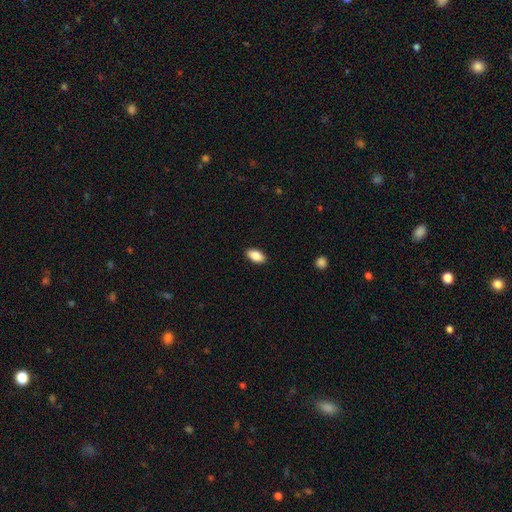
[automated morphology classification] A smooth galaxy with no disk features (87%) that is in between round and cigar-shaped (92%).

Vote fractions:
- Smooth or featured? smooth: 87% / star or artifact: 7% / featured or disk: 6%
- How rounded? in between: 92% / cigar-shaped: 5% / round: 3%
- Merging? none: 89% / minor disturbance: 8% / major disturbance: 2% / merger: 1%